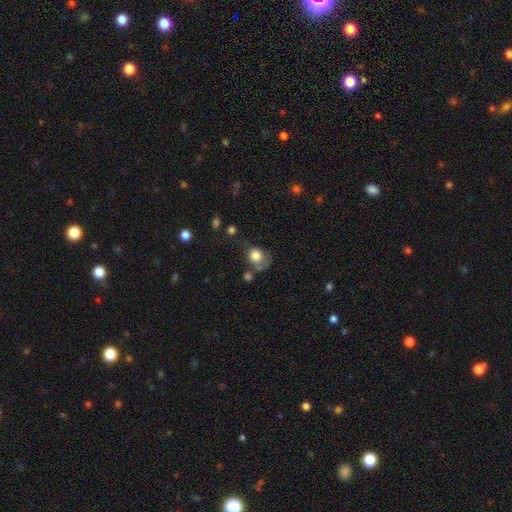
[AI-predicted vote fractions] Smooth or featured: smooth — 79% (featured or disk — 12%)
How rounded: round — 65% (in between — 34%)
Merging: none — 37% (minor disturbance — 26%)